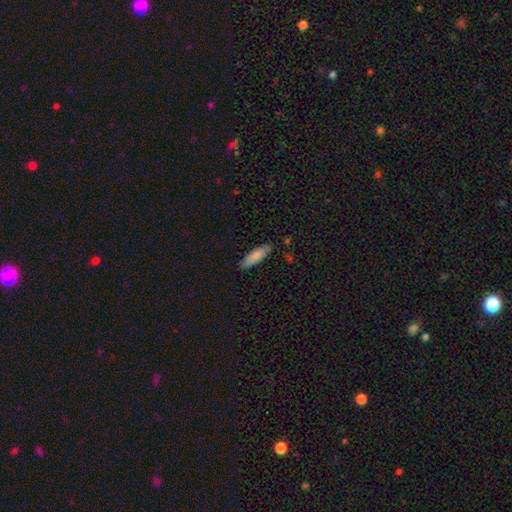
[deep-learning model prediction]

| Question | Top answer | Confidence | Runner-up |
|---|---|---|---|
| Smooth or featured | smooth | 83% | featured or disk (11%) |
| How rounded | cigar-shaped | 62% | in between (37%) |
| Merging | none | 84% | minor disturbance (12%) |